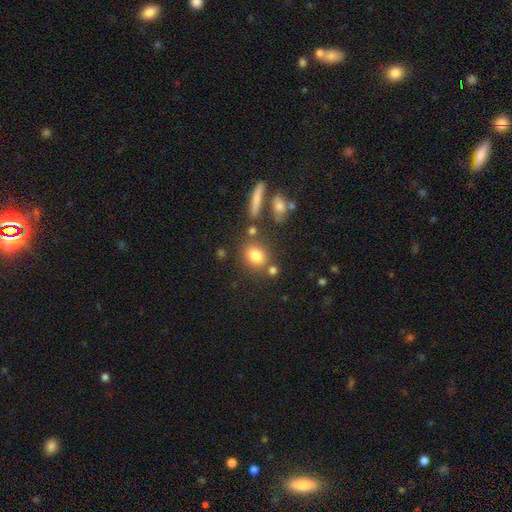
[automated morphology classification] smooth_or_featured: smooth (p=0.79) [alt: star or artifact p=0.11]
how_rounded: round (p=0.50) [alt: in between p=0.47]
merging: none (p=0.70) [alt: merger p=0.13]